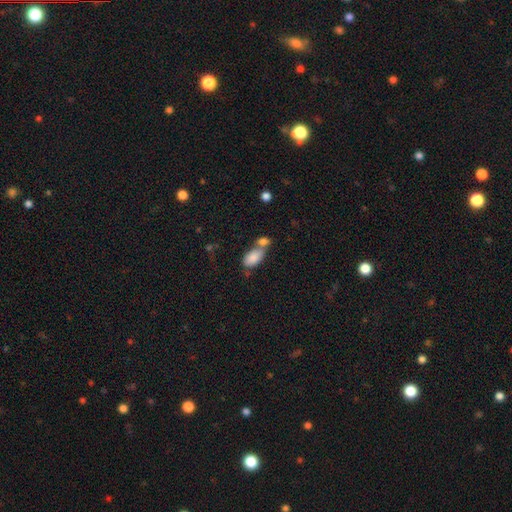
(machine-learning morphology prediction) type=smooth (84%); roundness=in between (93%); merging=merger (50%).